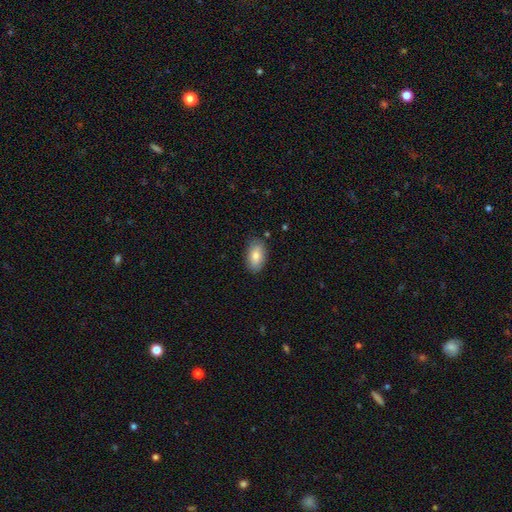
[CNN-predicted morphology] This is clearly a smooth galaxy (83%). How rounded: clearly in between (93%). Merging: clearly none (84%).